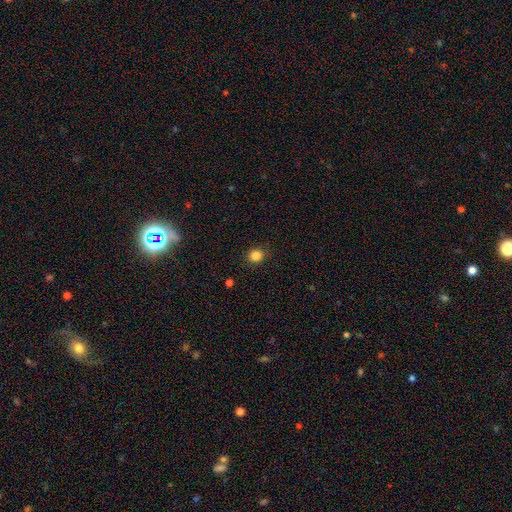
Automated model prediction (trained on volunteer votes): A smooth galaxy with no disk features (84%) that is round (81%). Merging: none (88%).